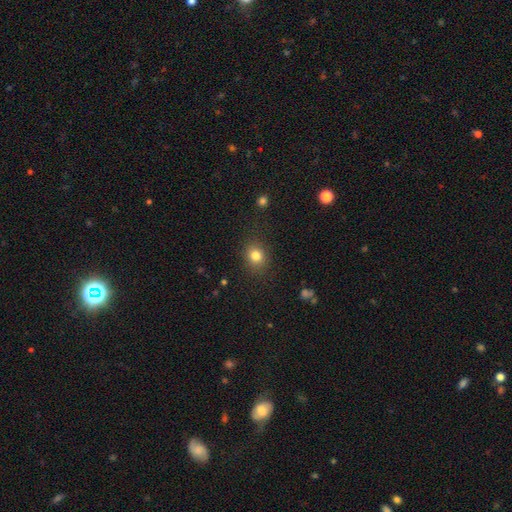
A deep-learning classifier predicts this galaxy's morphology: smooth_or_featured: smooth (p=0.81) [alt: star or artifact p=0.12]
how_rounded: round (p=0.68) [alt: in between p=0.31]
merging: none (p=0.85) [alt: minor disturbance p=0.10]